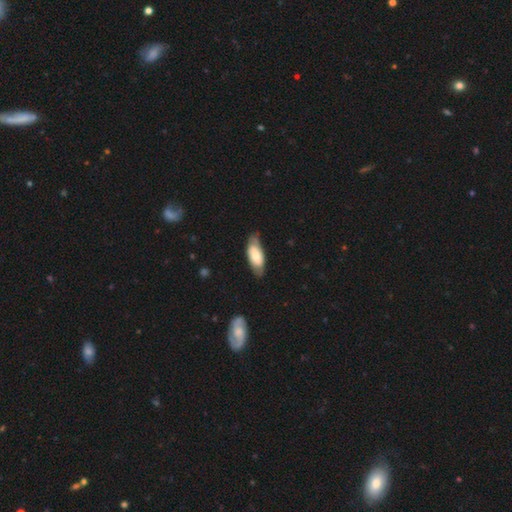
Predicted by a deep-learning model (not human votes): smooth-or-featured: smooth: 63% | featured or disk: 32% | star or artifact: 6%
  how-rounded: in between: 83% | cigar-shaped: 15% | round: 2%
  merging: none: 64% | minor disturbance: 28% | major disturbance: 6% | merger: 2%